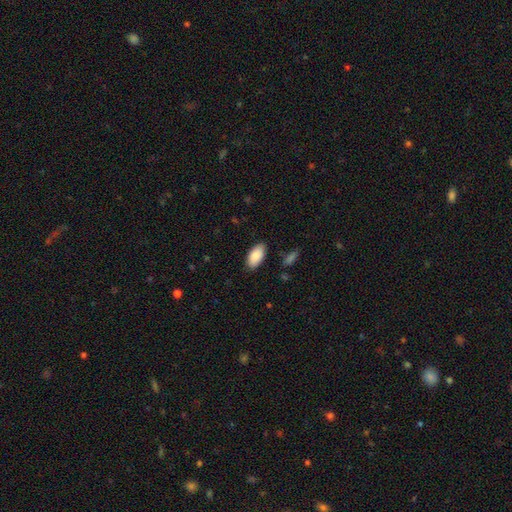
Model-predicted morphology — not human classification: Smooth or featured? smooth (88%)
How rounded? in between (95%)
Merging? none (86%)